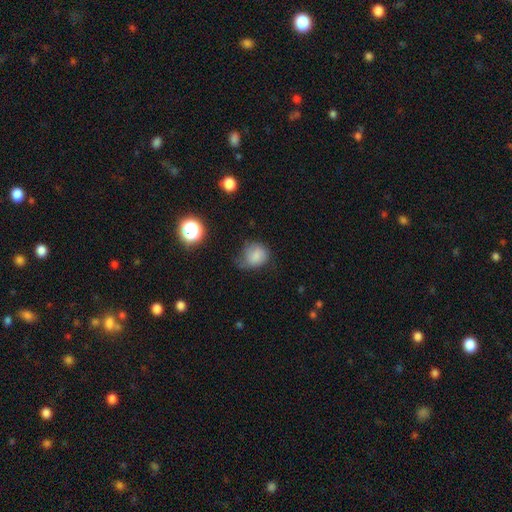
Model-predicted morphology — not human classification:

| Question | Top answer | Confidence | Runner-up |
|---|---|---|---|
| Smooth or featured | smooth | 77% | star or artifact (11%) |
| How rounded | round | 66% | in between (33%) |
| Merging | none | 41% | minor disturbance (38%) |